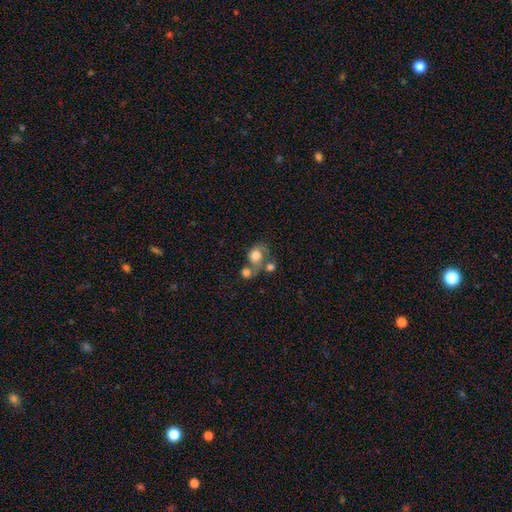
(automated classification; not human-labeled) A smooth galaxy with no disk features (68%) that is round (62%).

Vote fractions:
- Smooth or featured? smooth: 68% / featured or disk: 21% / star or artifact: 10%
- How rounded? round: 62% / in between: 37% / cigar-shaped: 1%
- Merging? merger: 50% / none: 26% / minor disturbance: 12% / major disturbance: 12%